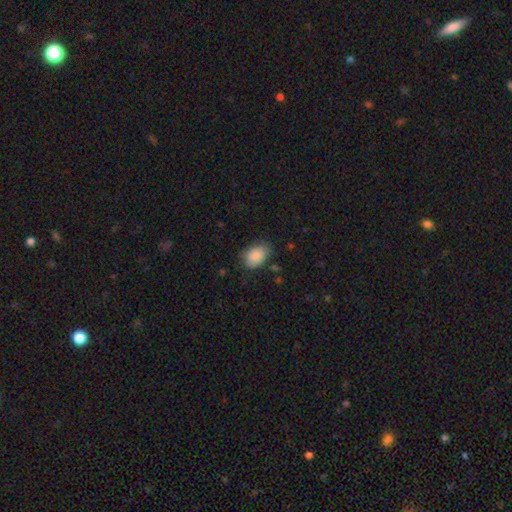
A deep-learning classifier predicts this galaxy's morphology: Smooth or featured? smooth (88%)
How rounded? in between (82%)
Merging? none (73%)